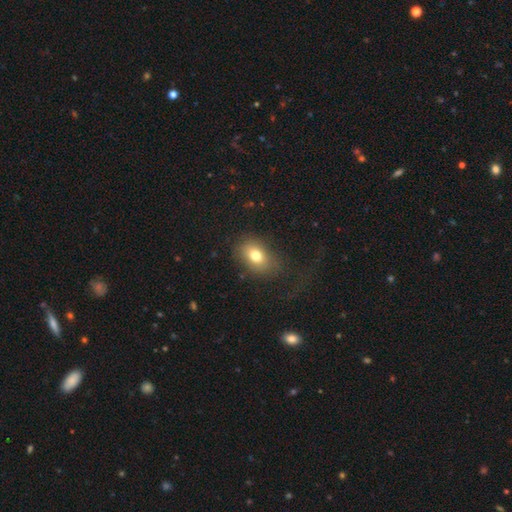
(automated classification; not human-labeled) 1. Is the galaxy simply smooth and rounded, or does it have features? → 75% smooth, 14% featured or disk, 11% star or artifact.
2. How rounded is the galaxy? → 74% in between, 24% round, 1% cigar-shaped.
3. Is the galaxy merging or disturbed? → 68% none, 18% minor disturbance, 12% major disturbance, 2% merger.